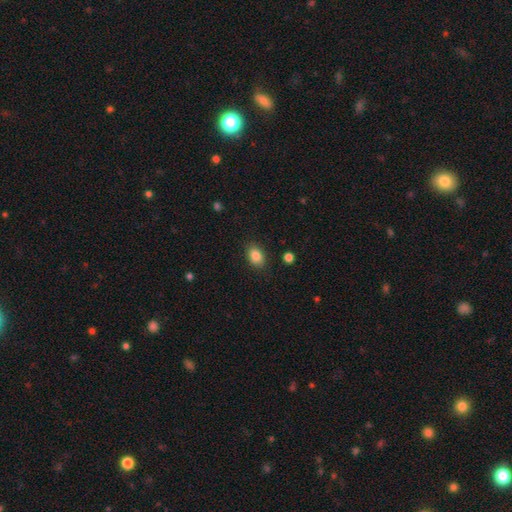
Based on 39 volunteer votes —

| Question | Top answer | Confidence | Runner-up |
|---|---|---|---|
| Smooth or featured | smooth | 92% | star or artifact (8%) |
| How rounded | in between | 81% | round (19%) |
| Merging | none | 86% | minor disturbance (6%) |